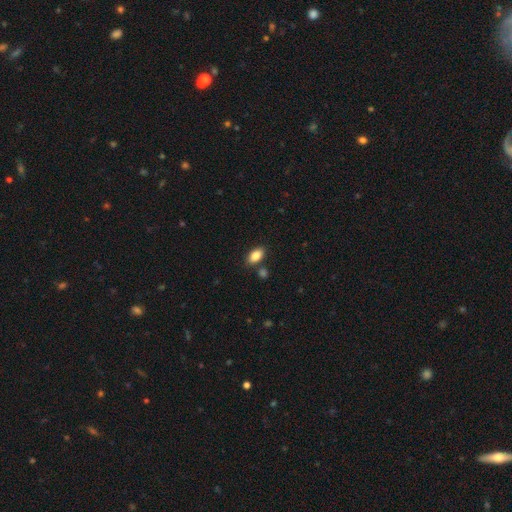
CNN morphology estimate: smooth-or-featured: smooth: 86% | star or artifact: 8% | featured or disk: 6%
  how-rounded: in between: 91% | round: 6% | cigar-shaped: 3%
  merging: none: 79% | minor disturbance: 11% | merger: 7% | major disturbance: 3%